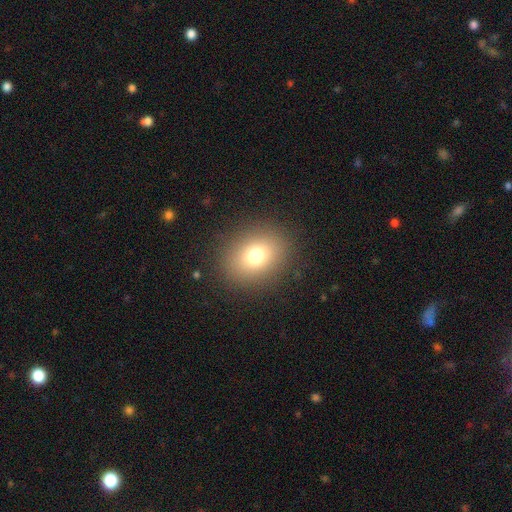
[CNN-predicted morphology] Q: Smooth or featured?
A: smooth (74%); runner-up: star or artifact (15%)
Q: How rounded?
A: round (55%); runner-up: in between (44%)
Q: Merging?
A: none (88%); runner-up: minor disturbance (7%)